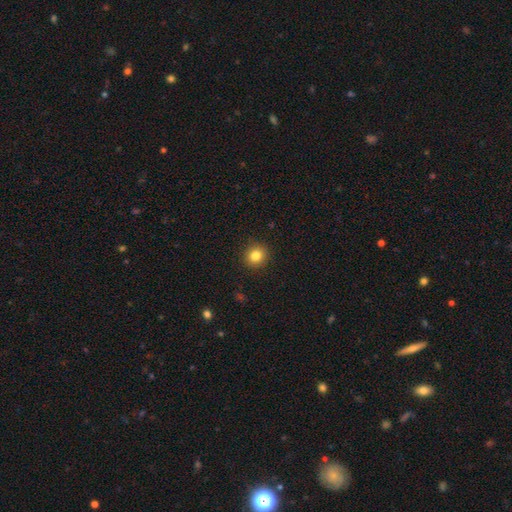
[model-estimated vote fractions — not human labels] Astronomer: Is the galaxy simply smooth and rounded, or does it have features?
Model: smooth — 83%.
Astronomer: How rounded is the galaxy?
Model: round — 90%.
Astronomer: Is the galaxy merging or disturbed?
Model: none — 92%.